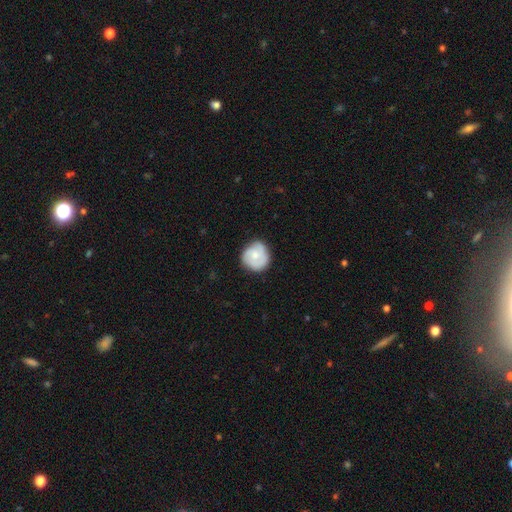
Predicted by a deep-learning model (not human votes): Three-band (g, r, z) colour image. It shows a smooth galaxy with no disk features (52%) that is round (87%). Merging: none (74%).